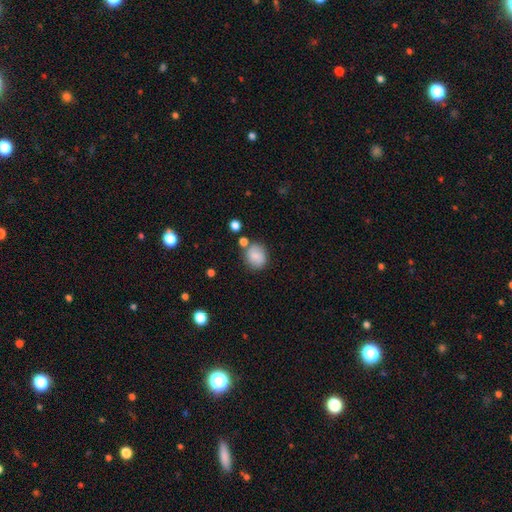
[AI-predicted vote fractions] Smooth or featured: smooth — 83% (star or artifact — 9%)
How rounded: round — 69% (in between — 30%)
Merging: none — 71% (minor disturbance — 14%)